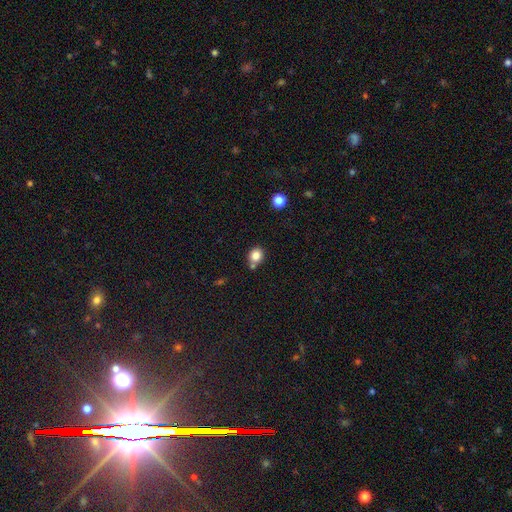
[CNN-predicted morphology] A smooth galaxy with no disk features (83%) that is round (76%).

Vote fractions:
- Smooth or featured? smooth: 83% / star or artifact: 11% / featured or disk: 6%
- How rounded? round: 76% / in between: 23% / cigar-shaped: 1%
- Merging? none: 65% / merger: 19% / minor disturbance: 12% / major disturbance: 3%